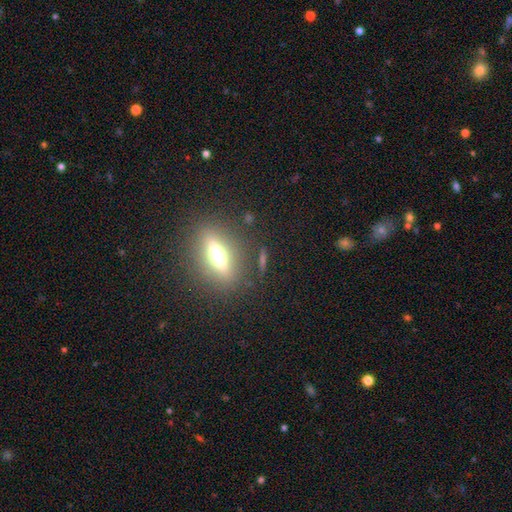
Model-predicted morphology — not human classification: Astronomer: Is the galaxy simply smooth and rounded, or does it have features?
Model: featured or disk — 53% (runner-up: smooth, 33%).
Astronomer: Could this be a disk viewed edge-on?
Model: yes — 83%.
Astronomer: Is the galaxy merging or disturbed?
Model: none — 85%.